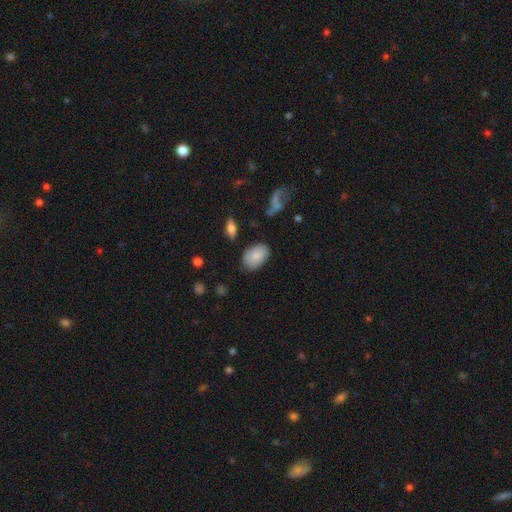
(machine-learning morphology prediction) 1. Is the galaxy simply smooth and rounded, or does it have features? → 80% smooth, 13% featured or disk, 7% star or artifact.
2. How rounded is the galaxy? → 89% in between, 10% round, 1% cigar-shaped.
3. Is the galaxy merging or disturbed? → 68% none, 23% minor disturbance, 6% major disturbance, 3% merger.